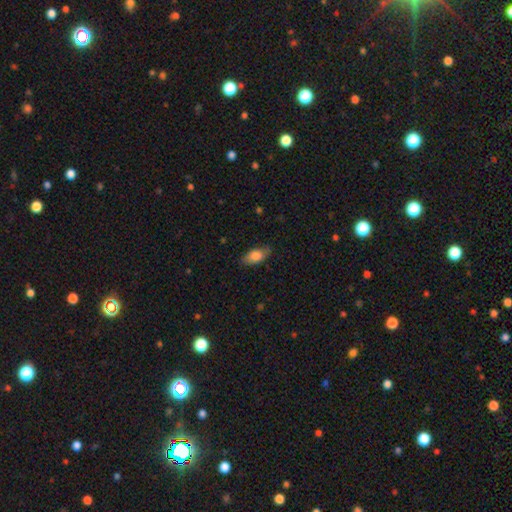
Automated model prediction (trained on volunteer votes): smooth-or-featured: smooth: 78% | featured or disk: 15% | star or artifact: 7%
  how-rounded: in between: 87% | cigar-shaped: 9% | round: 4%
  merging: none: 79% | minor disturbance: 16% | major disturbance: 3% | merger: 1%